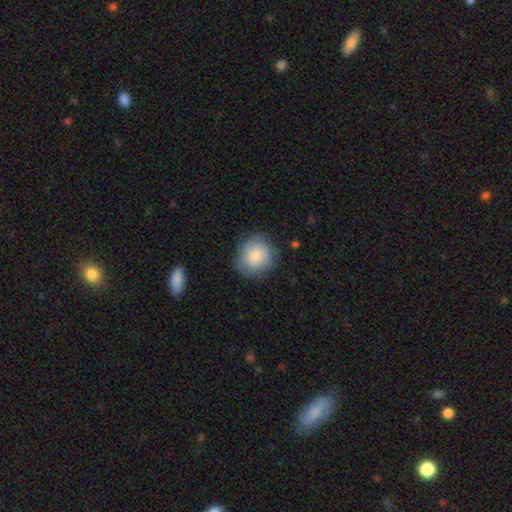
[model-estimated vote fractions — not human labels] A smooth galaxy with no disk features (79%) that is round (85%). Merging: none (77%).